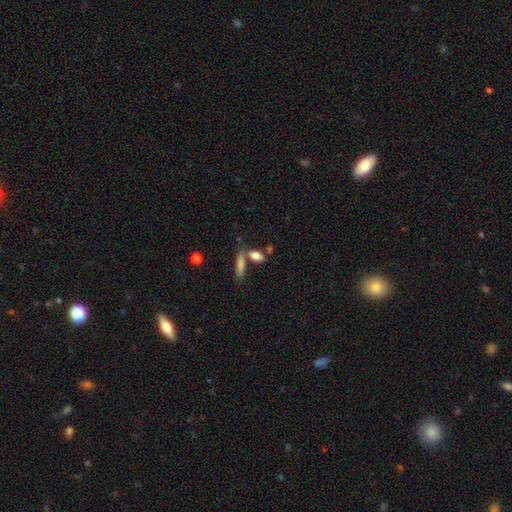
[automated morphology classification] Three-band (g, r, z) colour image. It shows a smooth galaxy with no disk features (81%) that is in between round and cigar-shaped (68%). Merging: none (59%).